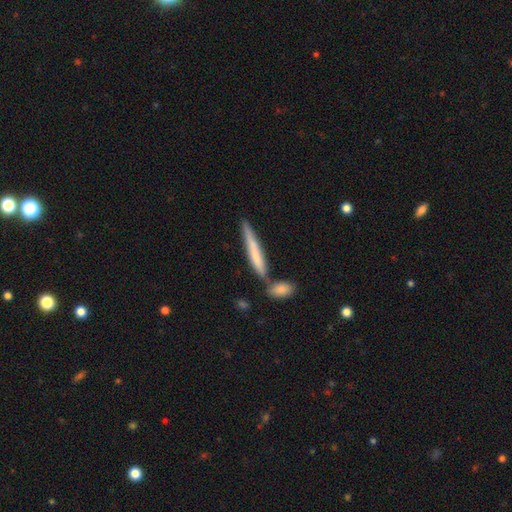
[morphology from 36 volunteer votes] Smooth or featured? smooth (61%)
How rounded? cigar-shaped (100%)
Merging? none (51%)